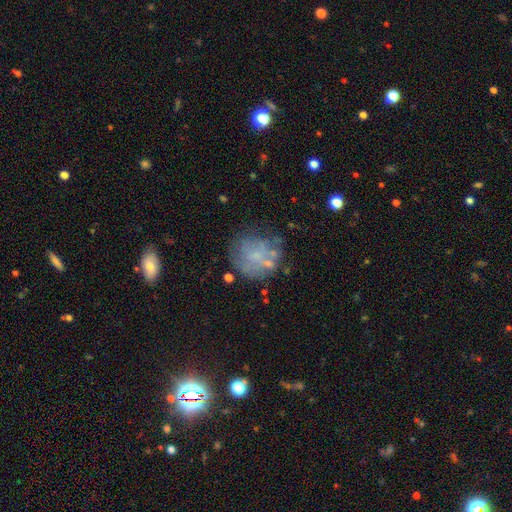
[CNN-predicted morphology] Q: Smooth or featured?
A: featured or disk (46%); runner-up: smooth (41%)
Q: Merging?
A: none (54%); runner-up: minor disturbance (21%)